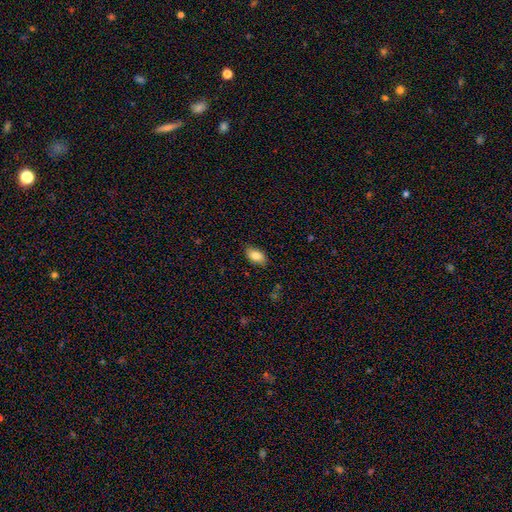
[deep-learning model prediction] A smooth galaxy with no disk features (84%) that is in between round and cigar-shaped (92%). Merging: none (84%).